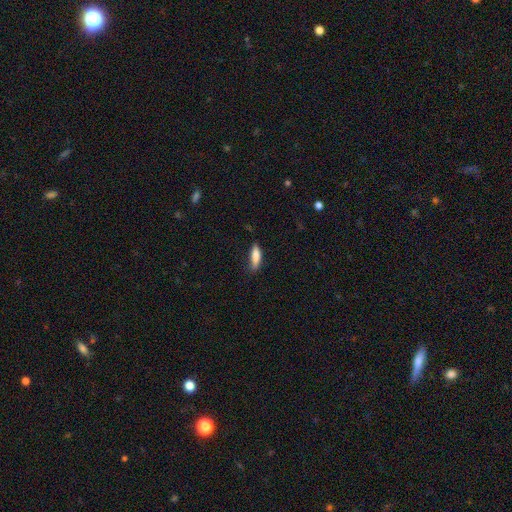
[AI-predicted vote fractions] Overall: smooth (83%). How rounded: cigar-shaped (52%; in between 46%). Merging: none (65%; minor disturbance 27%).